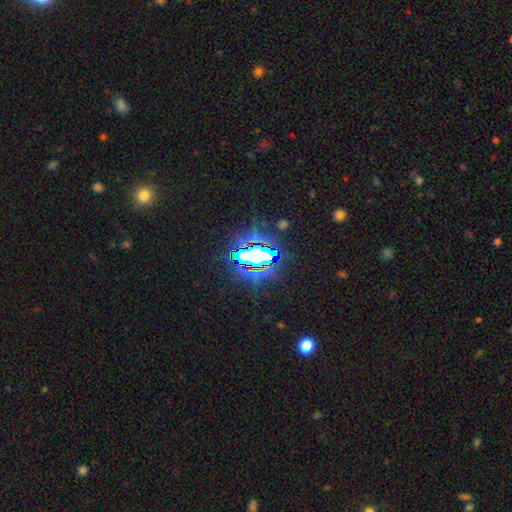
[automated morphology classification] The model was most divided on "smooth or featured": star or artifact: 74%, smooth: 14%, featured or disk: 12%.